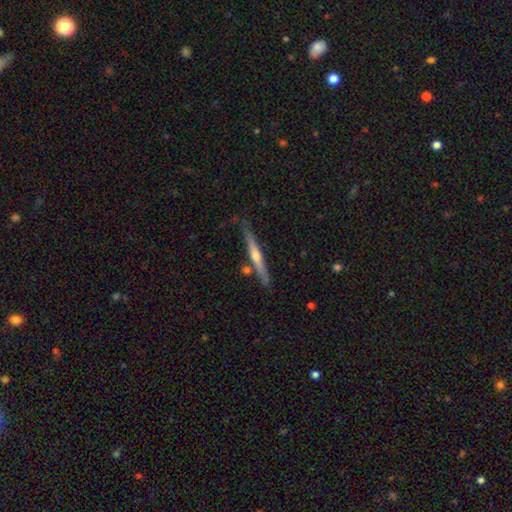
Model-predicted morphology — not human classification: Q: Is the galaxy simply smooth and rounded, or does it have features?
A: featured or disk — 68%.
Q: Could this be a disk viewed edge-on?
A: yes — 97%.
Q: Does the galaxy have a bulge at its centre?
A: rounded — 80%.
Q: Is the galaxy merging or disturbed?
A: none — 81%.